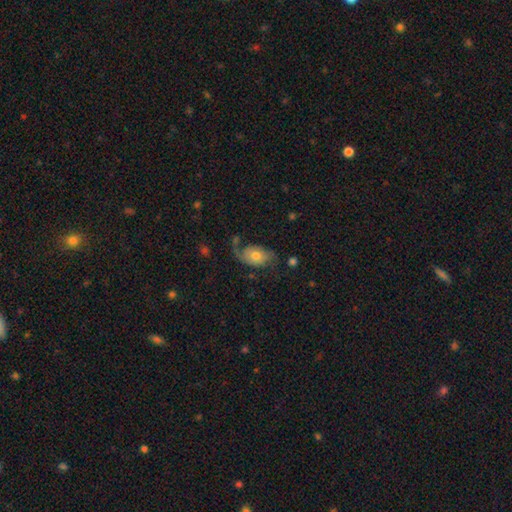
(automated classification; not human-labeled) smooth-or-featured: featured or disk: 58% | smooth: 35% | star or artifact: 8%
  disk-edge-on: no: 95% | yes: 5%
    bar: no: 77% | weak: 20% | strong: 4%
    has-spiral-arms: yes: 84% | no: 16%
    bulge-size: moderate: 63% | small: 24% | large: 10% | none: 2% | dominant: 2%
  merging: none: 47% | major disturbance: 25% | minor disturbance: 24% | merger: 5%